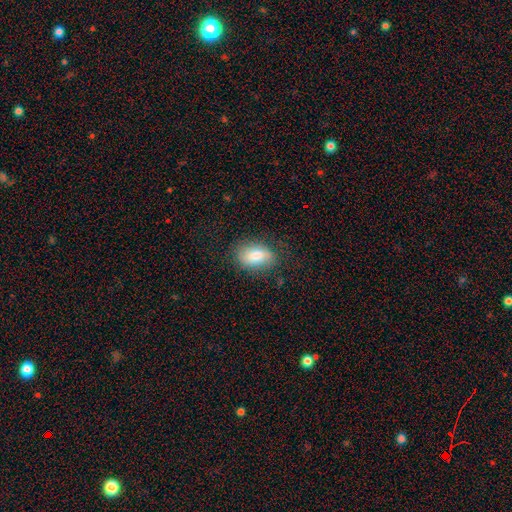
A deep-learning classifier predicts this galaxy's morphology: Smooth or featured: smooth — 77% (featured or disk — 15%)
How rounded: in between — 88% (round — 10%)
Merging: none — 76% (minor disturbance — 17%)